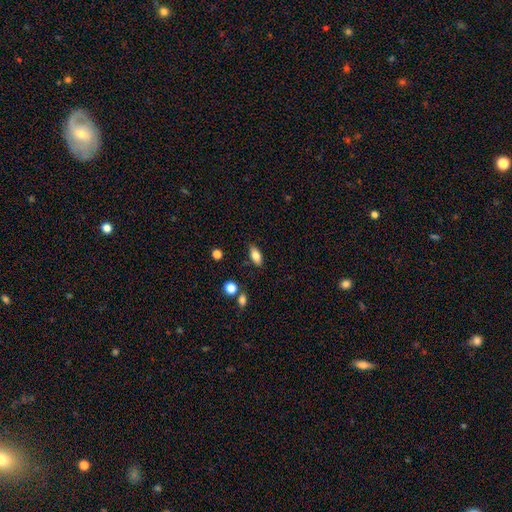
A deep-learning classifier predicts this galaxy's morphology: Smooth or featured? smooth (78%)
How rounded? in between (84%)
Merging? none (83%)